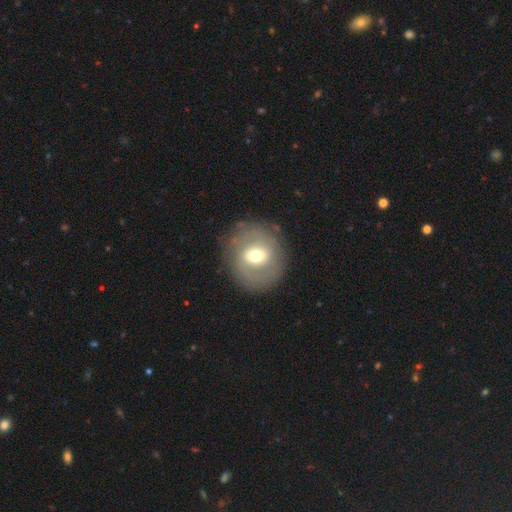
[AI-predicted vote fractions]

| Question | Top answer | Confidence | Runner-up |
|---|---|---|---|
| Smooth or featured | featured or disk | 54% | smooth (39%) |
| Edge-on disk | no | 94% | yes (6%) |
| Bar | weak | 46% | strong (27%) |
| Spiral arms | no | 56% | yes (44%) |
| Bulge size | moderate | 68% | small (18%) |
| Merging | none | 81% | minor disturbance (11%) |